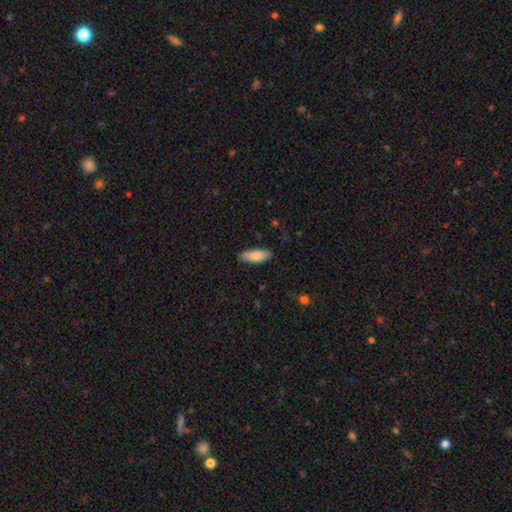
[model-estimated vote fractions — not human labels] Smooth or featured?
  - smooth: 84% *
  - featured or disk: 11%
  - star or artifact: 6%
How rounded?
  - in between: 67% *
  - cigar-shaped: 31%
  - round: 2%
Merging?
  - none: 85% *
  - minor disturbance: 12%
  - major disturbance: 2%
  - merger: 1%